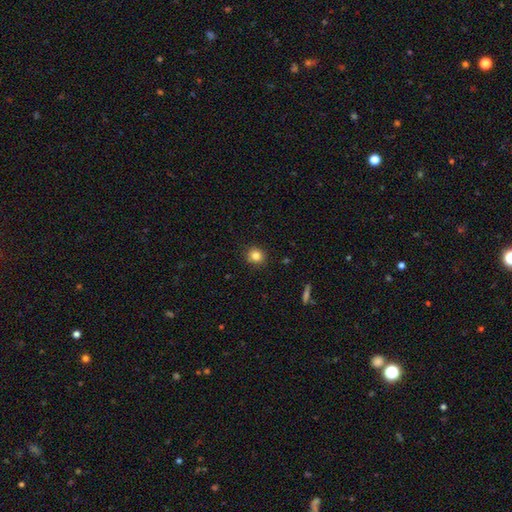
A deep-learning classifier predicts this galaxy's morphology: Smooth or featured: smooth — 83% (star or artifact — 11%)
How rounded: round — 88% (in between — 11%)
Merging: none — 89% (minor disturbance — 8%)